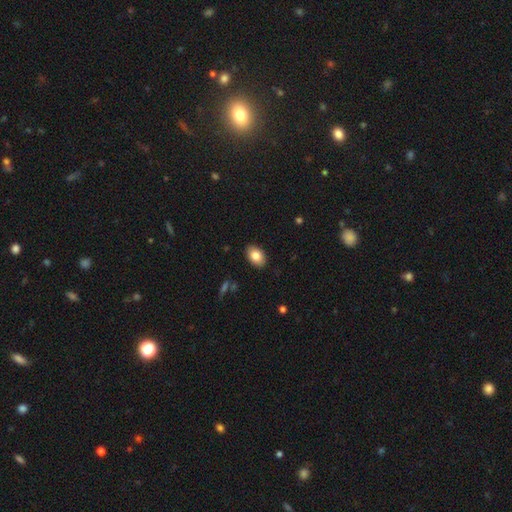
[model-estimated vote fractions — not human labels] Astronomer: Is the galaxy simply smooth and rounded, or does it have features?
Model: smooth — 83%.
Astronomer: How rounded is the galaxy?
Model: in between — 87%.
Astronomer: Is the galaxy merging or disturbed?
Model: none — 89%.